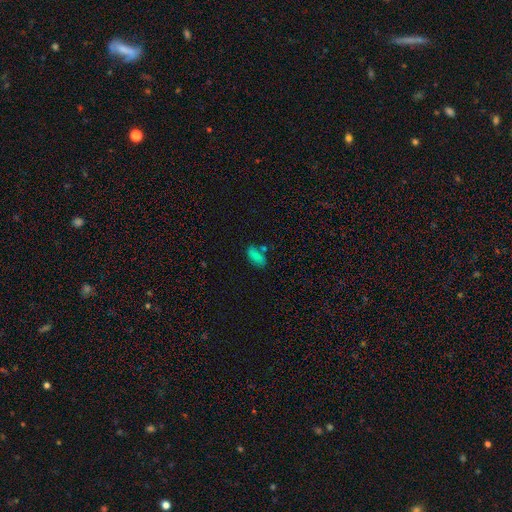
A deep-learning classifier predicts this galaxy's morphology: smooth 73%, star or artifact 16%, featured or disk 11%. Down the decision tree: how rounded — in between (84%); merging — none (63%).